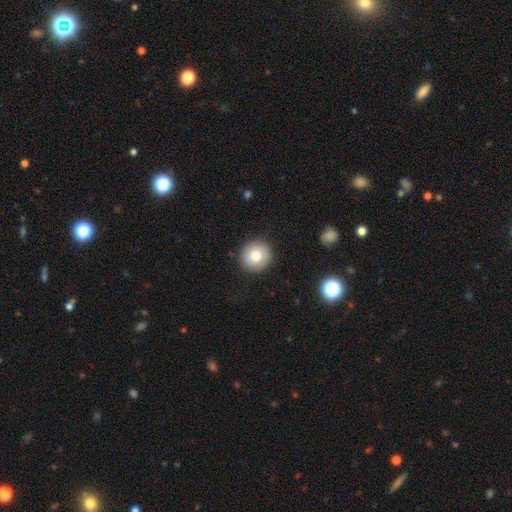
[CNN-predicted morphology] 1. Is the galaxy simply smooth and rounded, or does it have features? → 79% smooth, 12% featured or disk, 9% star or artifact.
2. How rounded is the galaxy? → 93% round, 6% in between, 1% cigar-shaped.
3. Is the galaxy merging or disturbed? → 90% none, 7% minor disturbance, 2% major disturbance, 1% merger.